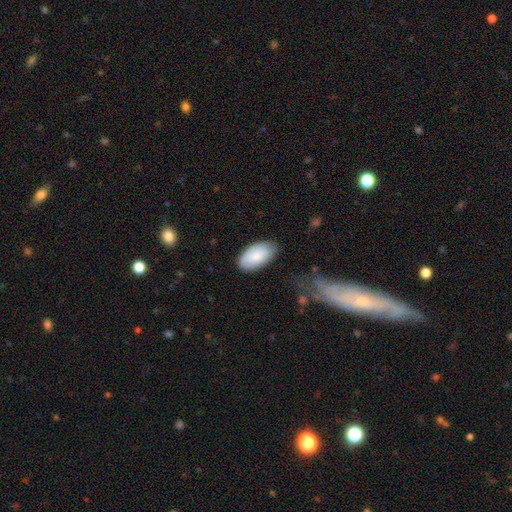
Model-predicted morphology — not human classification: This appears to be a smooth galaxy with no disk features (85%) that is in between round and cigar-shaped (96%). Merging: none (79%).